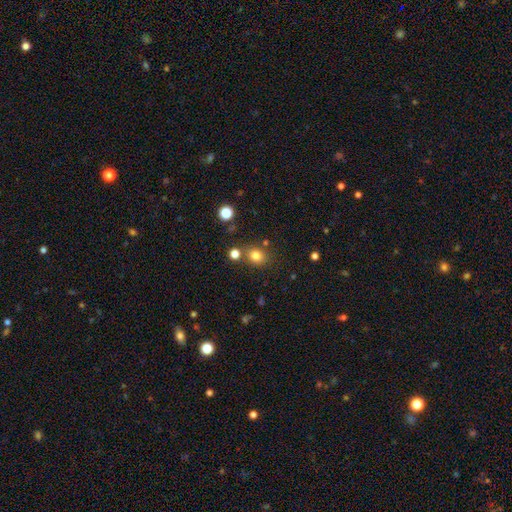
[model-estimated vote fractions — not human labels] This appears to be a smooth galaxy with no disk features (79%) that is round (67%). Merging: none (76%).